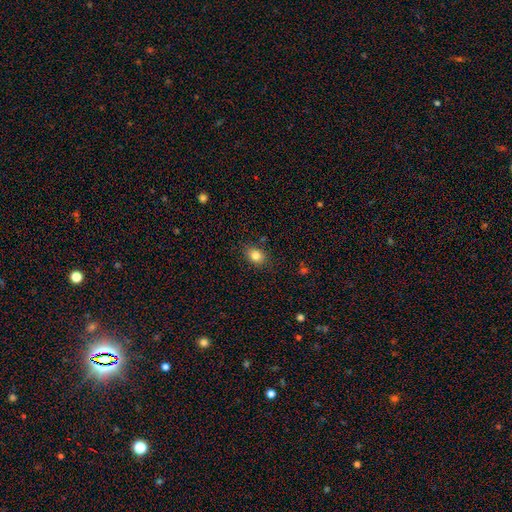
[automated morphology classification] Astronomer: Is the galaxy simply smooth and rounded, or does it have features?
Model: smooth — 82%.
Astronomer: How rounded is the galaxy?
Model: in between — 62% (runner-up: round, 37%).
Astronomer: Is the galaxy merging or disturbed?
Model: none — 83%.